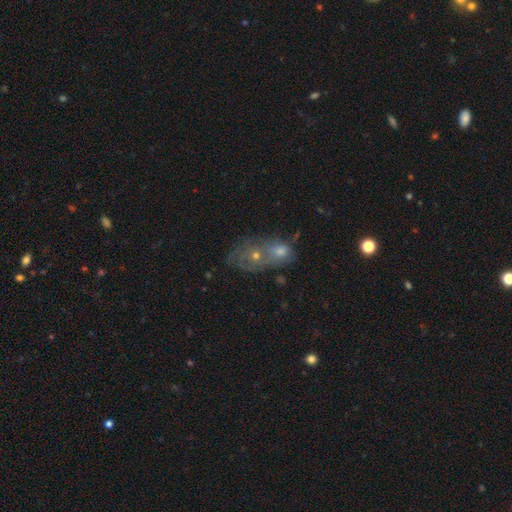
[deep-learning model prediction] smooth 44%, featured or disk 43%, star or artifact 13%. Down the decision tree: merging — merger (59%).